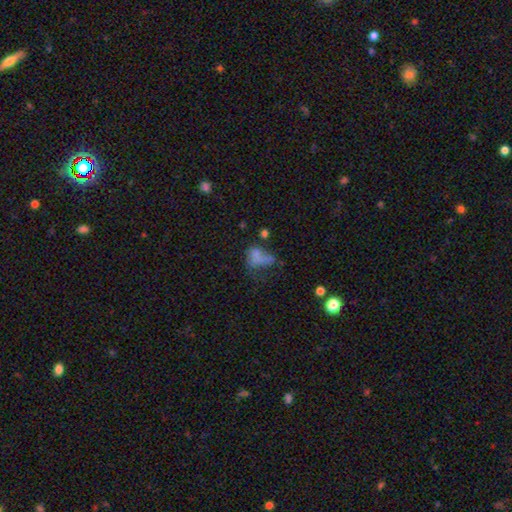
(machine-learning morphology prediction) Overall: smooth (49%; featured or disk 28%). Merging: major disturbance (40%; none 25%).